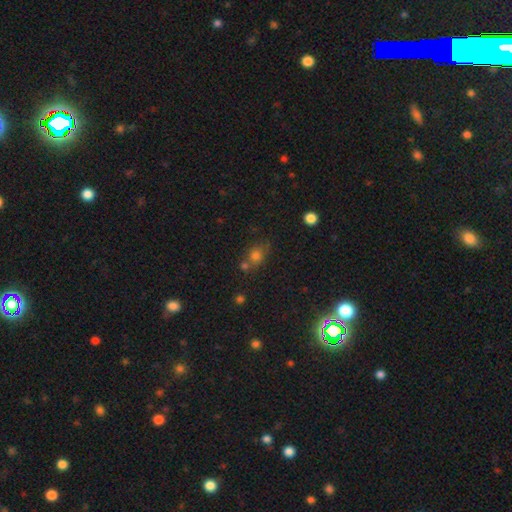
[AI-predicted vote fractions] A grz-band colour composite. It shows a smooth galaxy with no disk features (70%) that is round (57%). Merging: none (51%).